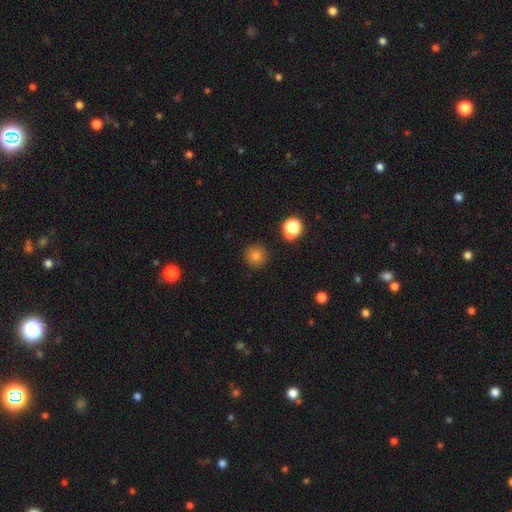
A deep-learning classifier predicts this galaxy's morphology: Smooth or featured: smooth — 78% (star or artifact — 14%)
How rounded: round — 95% (in between — 4%)
Merging: none — 89% (minor disturbance — 6%)